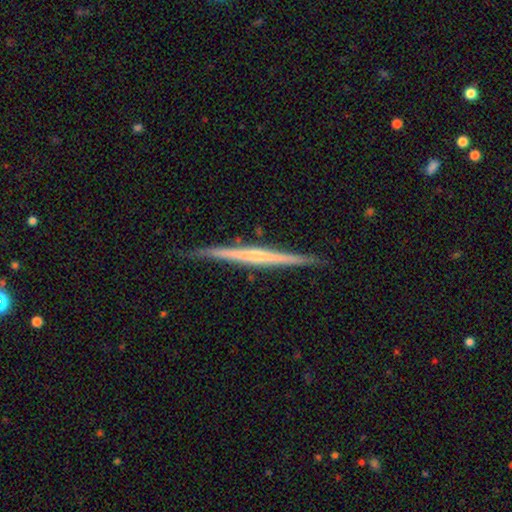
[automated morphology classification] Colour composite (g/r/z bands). It shows a featured or disk galaxy (74%) viewed edge-on (98%) with no central bulge (52%). Merging: none (88%).